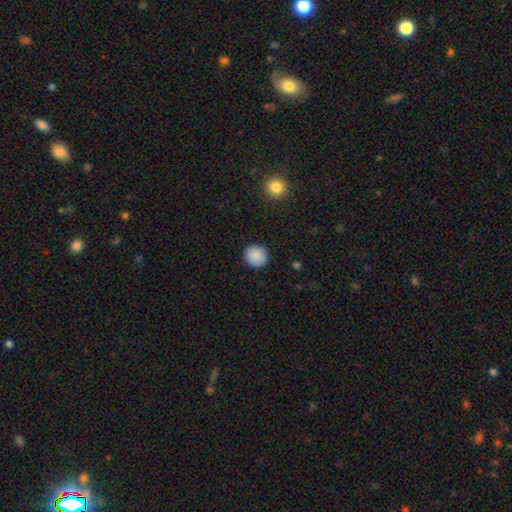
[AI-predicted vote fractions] Smooth or featured? smooth (88%)
How rounded? round (88%)
Merging? none (90%)